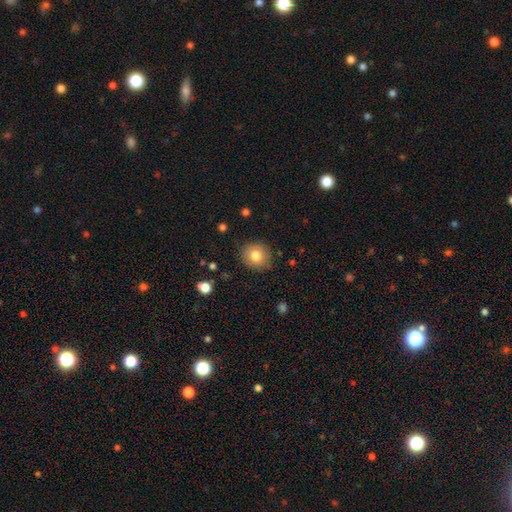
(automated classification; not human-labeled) Smooth or featured: smooth — 80% (featured or disk — 10%)
How rounded: round — 83% (in between — 16%)
Merging: none — 87% (minor disturbance — 9%)